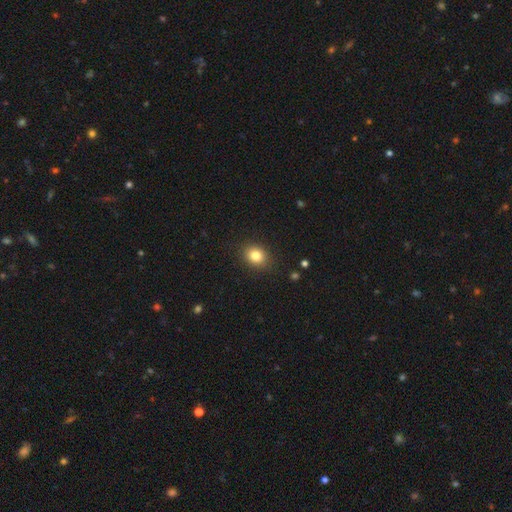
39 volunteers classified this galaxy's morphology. A smooth galaxy with no disk features (82%) that is round (50%, tied with in between).

Vote fractions:
- Smooth or featured? smooth: 82% / star or artifact: 10% / featured or disk: 8%
- How rounded? round: 50% (tied) / in between: 50% (tied) / cigar-shaped: 0%
- Merging? none: 89% / minor disturbance: 9% / merger: 3% / major disturbance: 0%